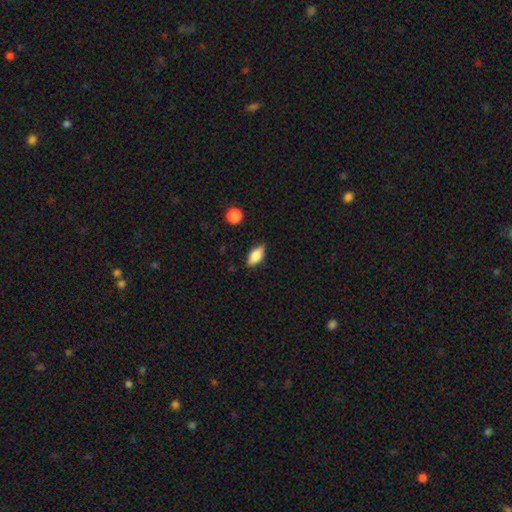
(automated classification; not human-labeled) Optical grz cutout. It shows a smooth galaxy with no disk features (74%) that is in between round and cigar-shaped (83%). Merging: none (81%).